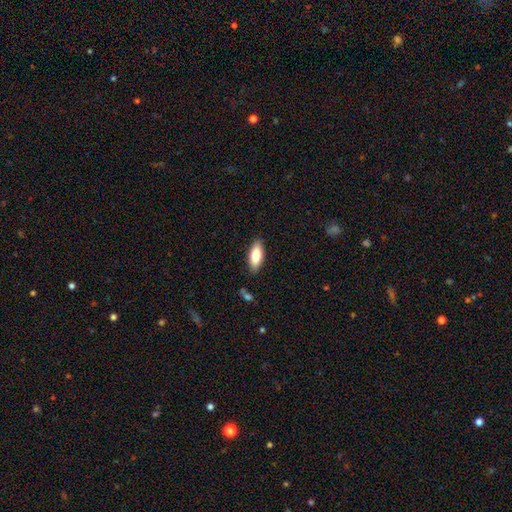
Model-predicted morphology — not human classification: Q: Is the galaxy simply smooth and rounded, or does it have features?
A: smooth — 83%.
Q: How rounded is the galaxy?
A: in between — 78%.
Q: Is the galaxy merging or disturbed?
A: none — 86%.